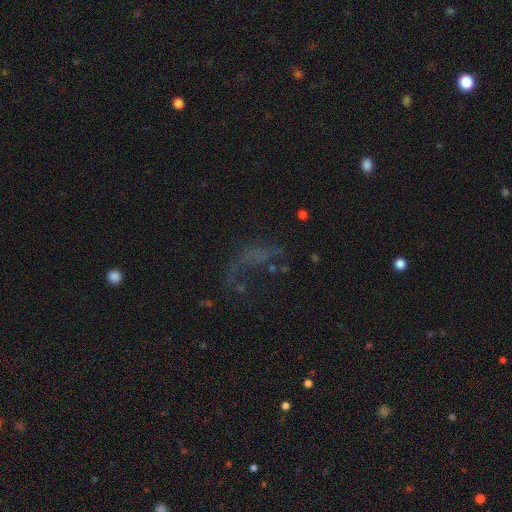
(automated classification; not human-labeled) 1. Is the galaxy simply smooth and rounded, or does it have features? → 41% featured or disk, 33% star or artifact, 26% smooth.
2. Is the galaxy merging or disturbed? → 42% major disturbance, 38% none, 13% minor disturbance, 6% merger.